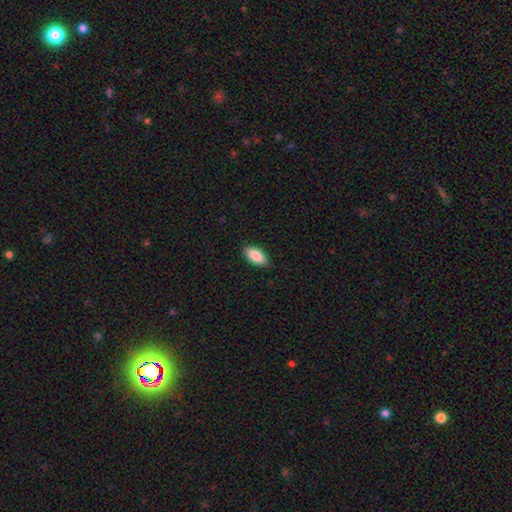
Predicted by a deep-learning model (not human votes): Smooth or featured? smooth (88%)
How rounded? in between (91%)
Merging? none (87%)